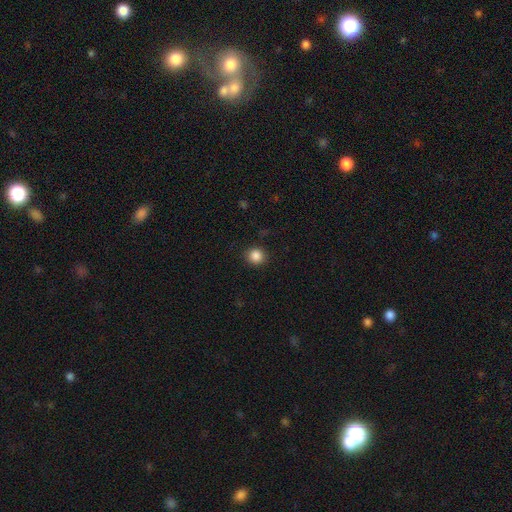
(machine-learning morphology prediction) Q: Smooth or featured?
A: smooth (86%); runner-up: star or artifact (11%)
Q: How rounded?
A: round (88%); runner-up: in between (11%)
Q: Merging?
A: none (90%); runner-up: minor disturbance (7%)